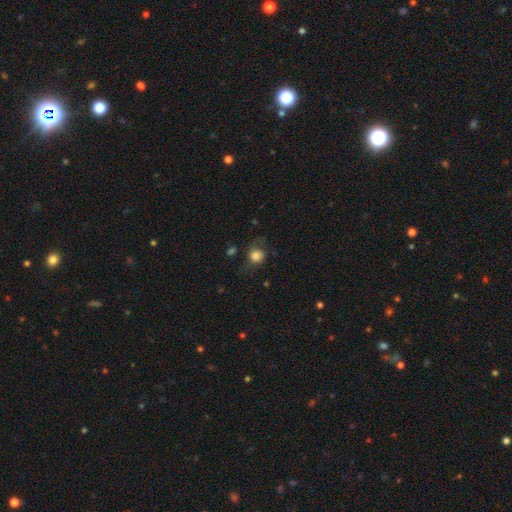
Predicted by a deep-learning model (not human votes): smooth-or-featured: smooth: 73% | featured or disk: 17% | star or artifact: 10%
  how-rounded: round: 77% | in between: 22% | cigar-shaped: 1%
  merging: none: 51% | minor disturbance: 24% | major disturbance: 23% | merger: 2%